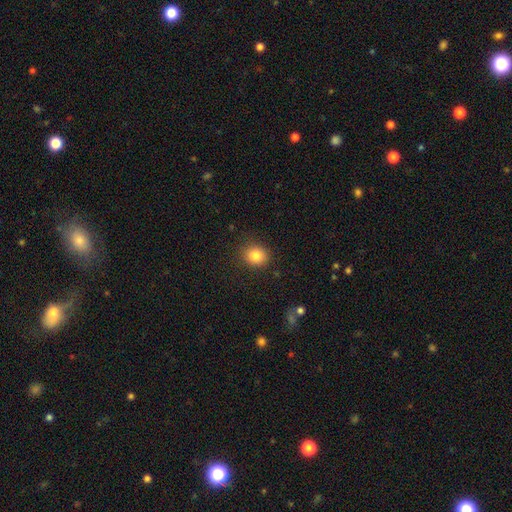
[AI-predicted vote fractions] This is clearly a smooth galaxy (83%). How rounded: likely round (73%). Merging: clearly none (88%).